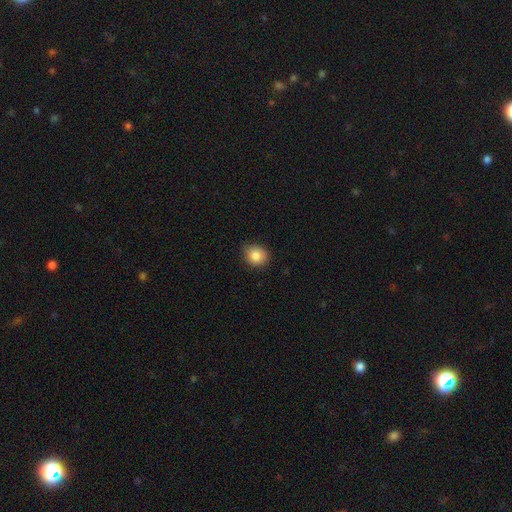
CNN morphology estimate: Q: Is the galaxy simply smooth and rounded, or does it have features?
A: smooth — 84%.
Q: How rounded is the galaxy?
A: round — 72%.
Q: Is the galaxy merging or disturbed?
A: none — 80%.